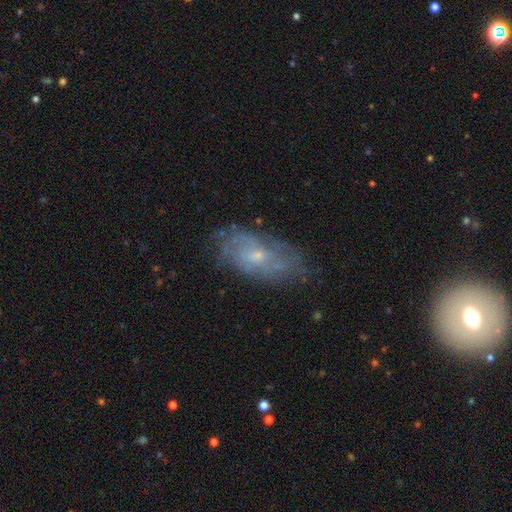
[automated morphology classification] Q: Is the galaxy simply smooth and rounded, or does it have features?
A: featured or disk — 62%.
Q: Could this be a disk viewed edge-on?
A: no — 92%.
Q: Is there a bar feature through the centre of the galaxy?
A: no — 62%.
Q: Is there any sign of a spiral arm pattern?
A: yes — 68%.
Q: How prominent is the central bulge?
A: small — 63%.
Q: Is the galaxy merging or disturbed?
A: none — 65%.